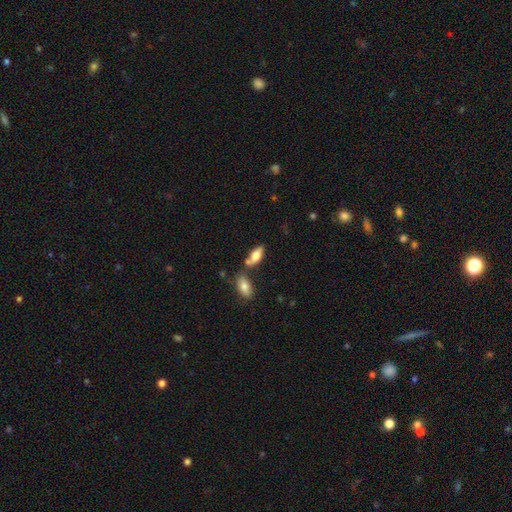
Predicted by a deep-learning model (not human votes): Overall: smooth (67%). How rounded: in between (73%). Merging: none (59%; merger 23%).